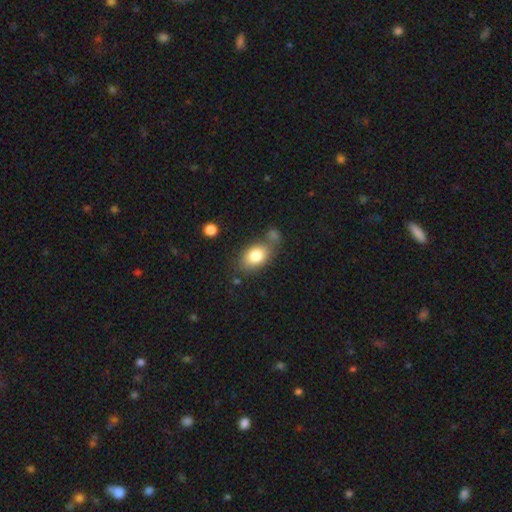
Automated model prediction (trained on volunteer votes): Smooth or featured? Predicted: smooth (p=0.80). How rounded? Predicted: in between (p=0.83). Merging? Predicted: none (p=0.60).